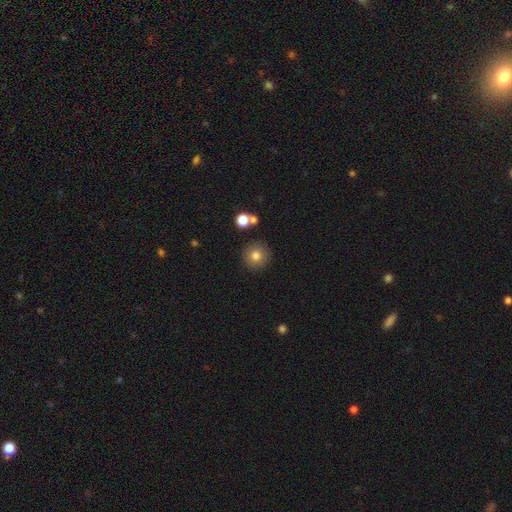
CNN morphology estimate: Overall: smooth (80%). How rounded: round (95%). Merging: none (86%).